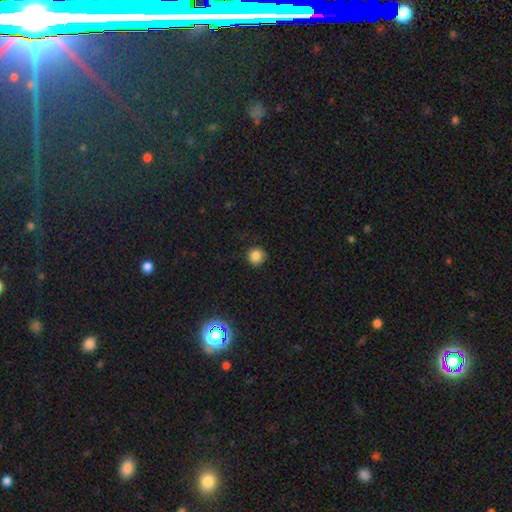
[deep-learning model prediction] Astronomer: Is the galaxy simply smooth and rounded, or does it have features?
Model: smooth — 84%.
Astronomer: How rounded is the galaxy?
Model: round — 94%.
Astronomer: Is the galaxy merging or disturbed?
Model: none — 87%.